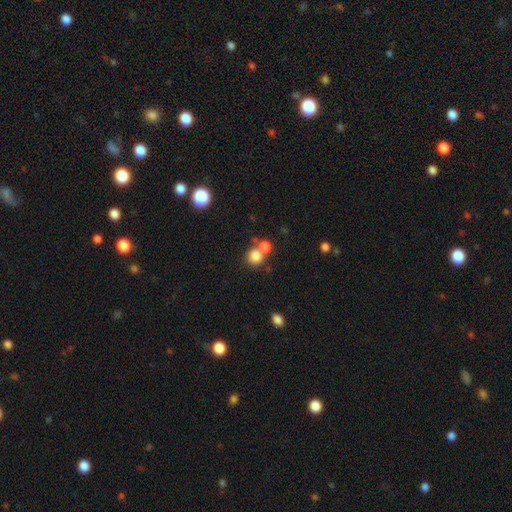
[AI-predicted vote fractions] A smooth galaxy with no disk features (81%) that is round (84%). Merging: none (46%).